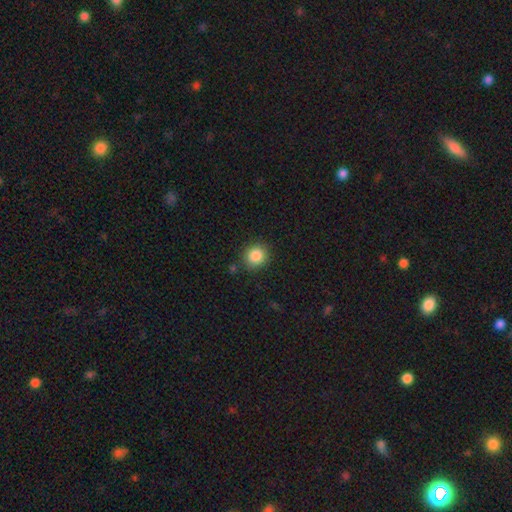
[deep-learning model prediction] This is clearly a smooth galaxy (86%). How rounded: clearly round (87%). Merging: clearly none (87%).